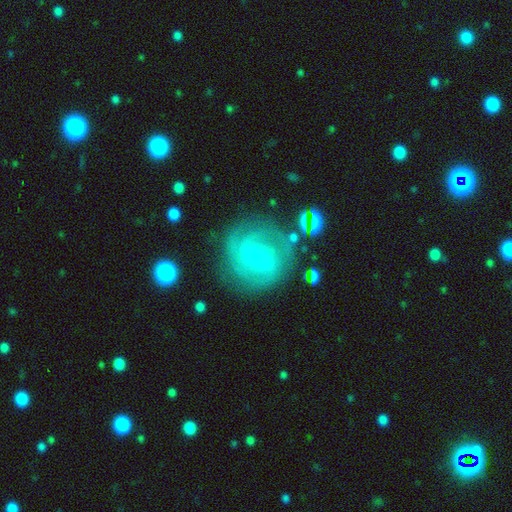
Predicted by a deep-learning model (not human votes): Overall: featured or disk (78%). Edge-on disk: no (98%). Bar: no (74%). Spiral arms: yes (91%). Spiral arm count: can't tell (35%; 2 23%). Spiral winding: tight (69%). Bulge size: small (80%). Merging: none (76%).